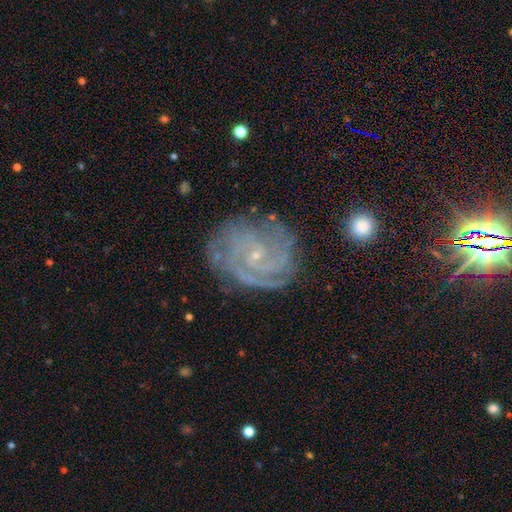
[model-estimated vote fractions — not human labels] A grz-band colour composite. It shows a featured or disk galaxy (86%) with no bar (64%), 3 (25%) tight (73%) spiral arms (98%) and a small central bulge (86%). Merging: none (77%).